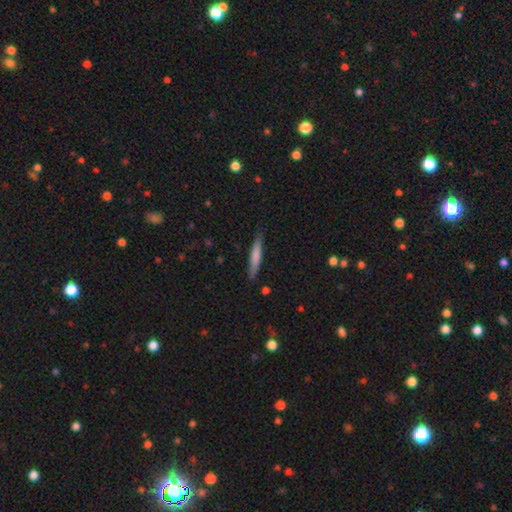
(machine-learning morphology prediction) Smooth or featured?
  - smooth: 69% *
  - featured or disk: 26%
  - star or artifact: 5%
How rounded?
  - cigar-shaped: 92% *
  - in between: 7%
  - round: 1%
Merging?
  - none: 86% *
  - minor disturbance: 11%
  - major disturbance: 2%
  - merger: 1%